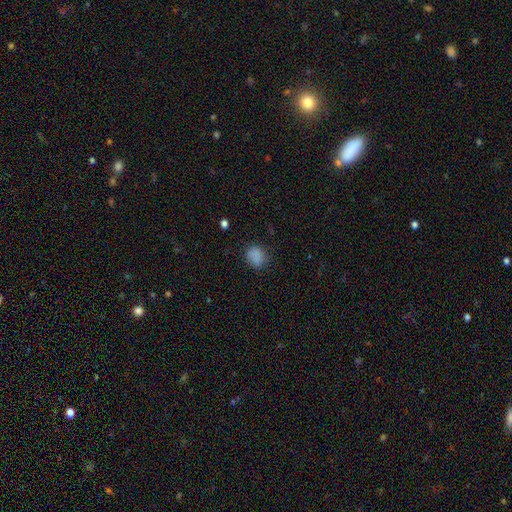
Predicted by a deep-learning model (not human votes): The model was most divided on "how rounded": round: 58%, in between: 40%, cigar-shaped: 1%. More confident: smooth or featured — smooth (84%); merging — none (78%).